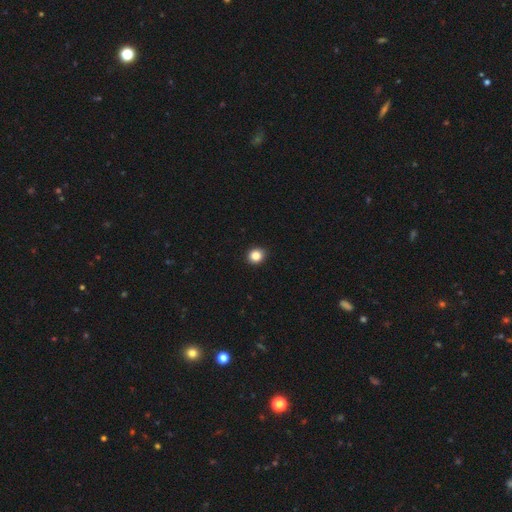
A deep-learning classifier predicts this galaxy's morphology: Q: Smooth or featured?
A: smooth (86%); runner-up: star or artifact (11%)
Q: How rounded?
A: round (81%); runner-up: in between (18%)
Q: Merging?
A: none (91%); runner-up: minor disturbance (6%)